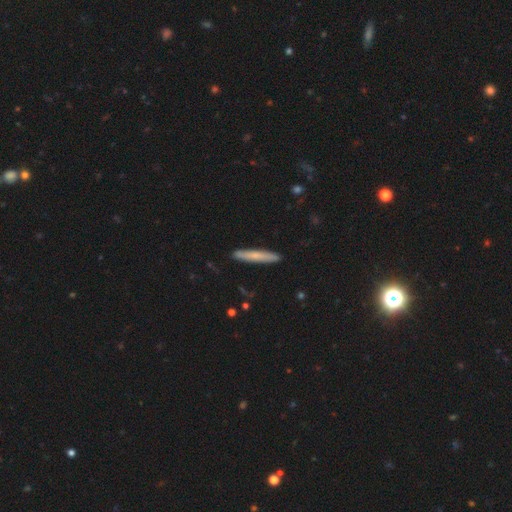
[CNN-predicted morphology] The model was most divided on "smooth or featured": smooth: 65%, featured or disk: 29%, star or artifact: 6%. More confident: how rounded — cigar-shaped (95%); merging — none (89%).